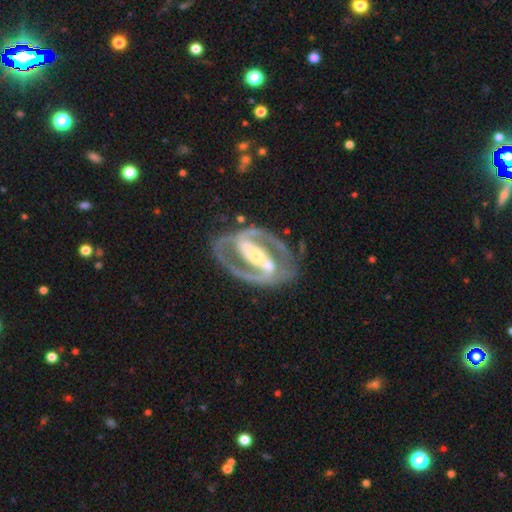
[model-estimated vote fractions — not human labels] Morphology: type=featured or disk (91%); edge-on=no (96%); bar=strong (78%); spiral arms=yes (93%); winding=medium (50%); arm count=2 (91%); bulge=moderate (50%); merging=none (77%).